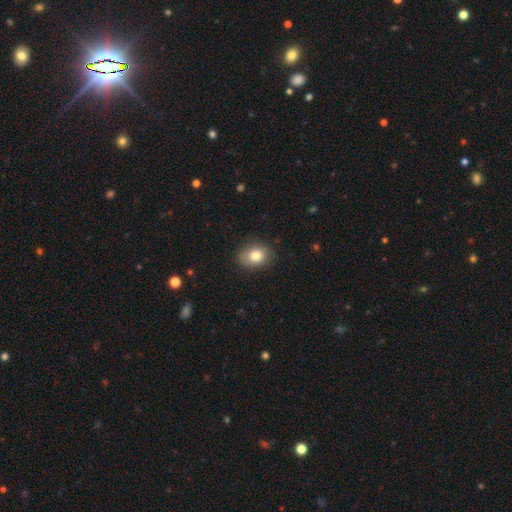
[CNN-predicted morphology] Smooth or featured? smooth (80%)
How rounded? in between (59%)
Merging? none (82%)